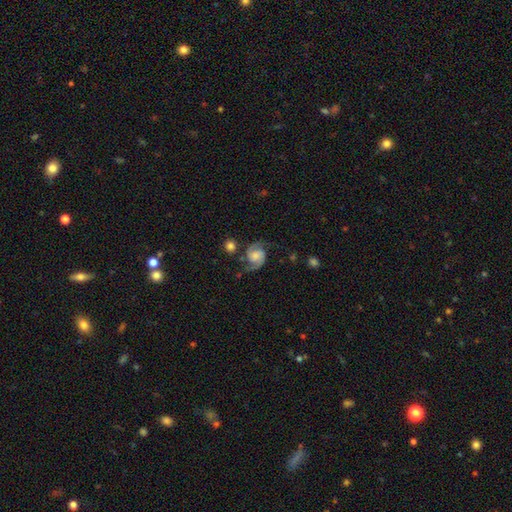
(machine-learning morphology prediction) featured or disk 84%, smooth 9%, star or artifact 6%. Down the decision tree: edge-on disk — no (98%); bar — no (62%); spiral arms — yes (97%); spiral arm count — 2 (94%); spiral winding — medium (53%); bulge size — moderate (31%); merging — none (71%).